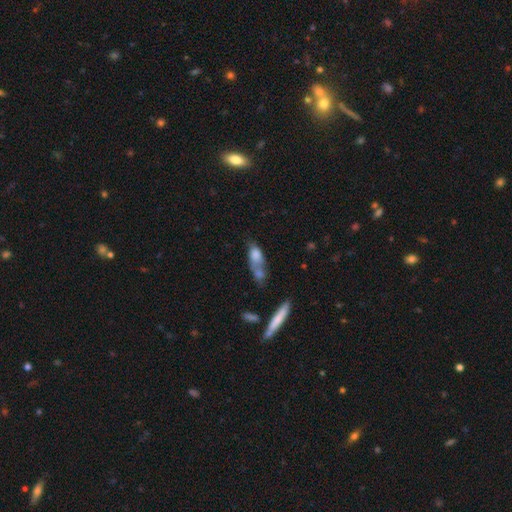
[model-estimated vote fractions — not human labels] smooth 68%, featured or disk 22%, star or artifact 9%. Down the decision tree: how rounded — in between (64%); merging — merger (51%).